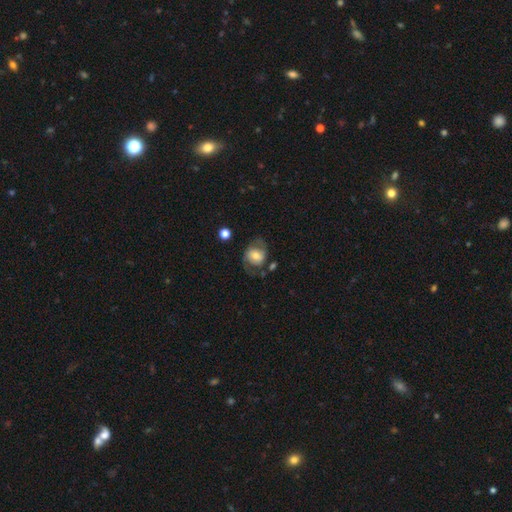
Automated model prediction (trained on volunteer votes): Morphology: type=featured or disk (47%); merging=none (59%).